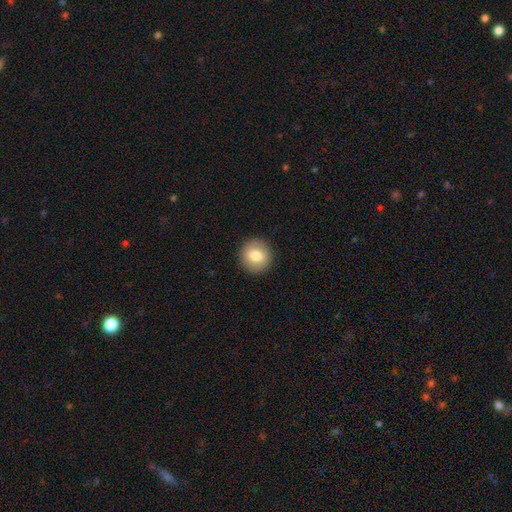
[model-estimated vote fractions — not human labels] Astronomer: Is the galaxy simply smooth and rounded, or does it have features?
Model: smooth — 77%.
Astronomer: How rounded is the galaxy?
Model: round — 90%.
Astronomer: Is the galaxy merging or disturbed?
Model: none — 92%.